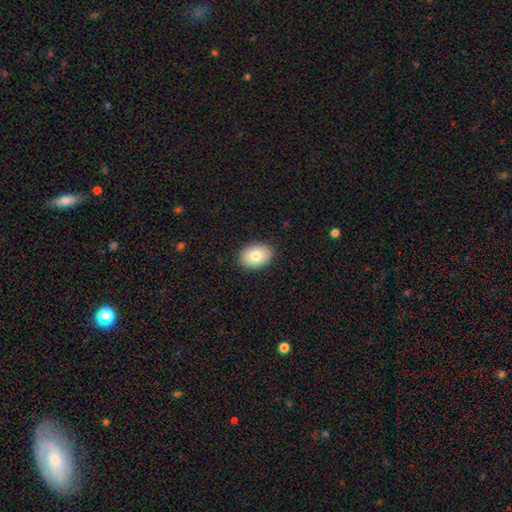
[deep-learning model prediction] Smooth or featured: smooth — 83% (featured or disk — 10%)
How rounded: in between — 83% (round — 16%)
Merging: none — 89% (minor disturbance — 9%)